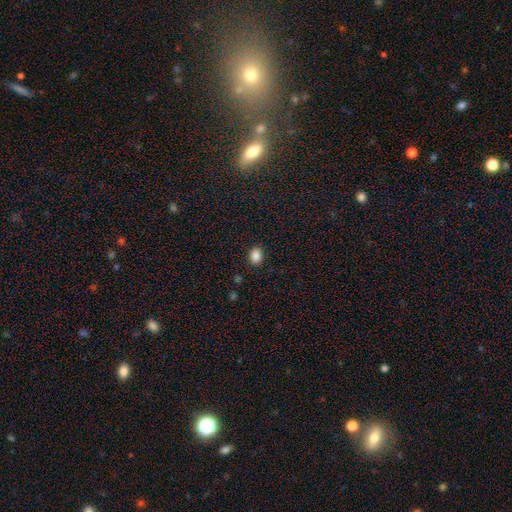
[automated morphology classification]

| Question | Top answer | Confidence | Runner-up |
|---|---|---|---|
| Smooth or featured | smooth | 86% | star or artifact (10%) |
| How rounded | in between | 60% | round (39%) |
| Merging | none | 88% | minor disturbance (9%) |